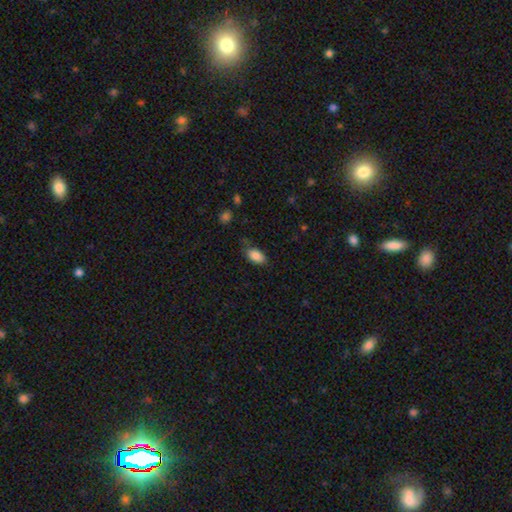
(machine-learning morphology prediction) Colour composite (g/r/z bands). It shows a smooth galaxy with no disk features (86%) that is in between round and cigar-shaped (92%). Merging: none (73%).